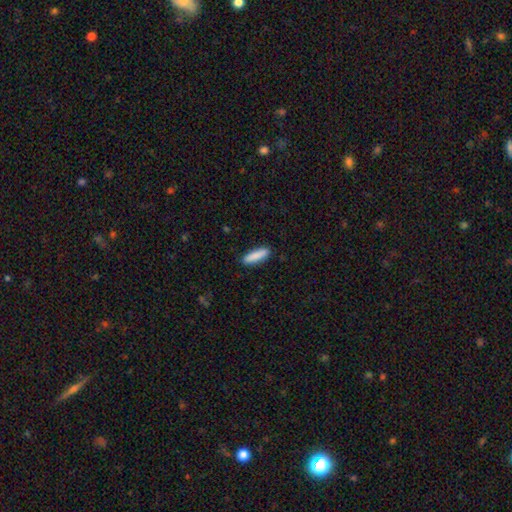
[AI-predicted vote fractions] This appears to be a smooth galaxy with no disk features (88%) that is cigar-shaped (66%). Merging: none (90%).